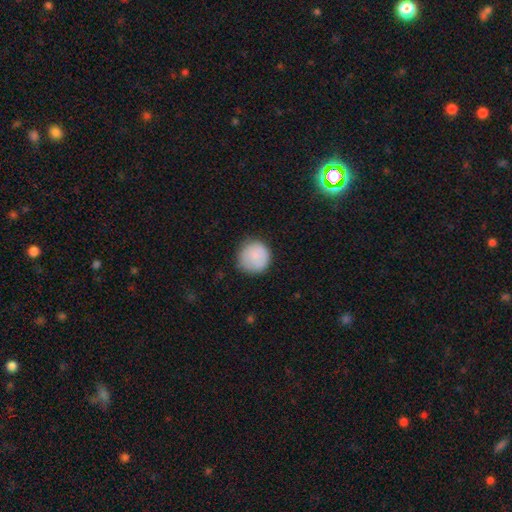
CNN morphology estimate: Smooth or featured? smooth (85%)
How rounded? round (94%)
Merging? none (81%)